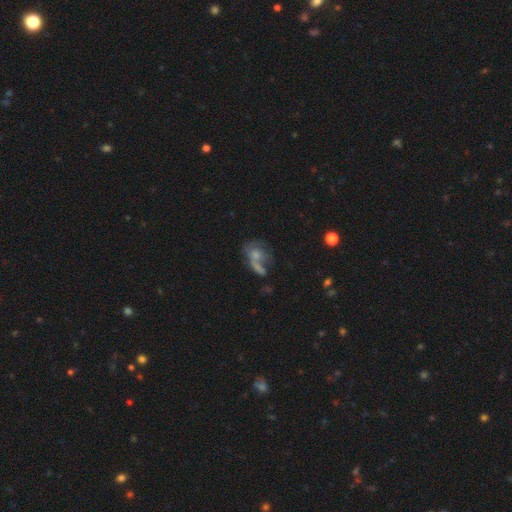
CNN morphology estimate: A smooth galaxy with no disk features (56%) that is in between round and cigar-shaped (60%). Merging: merger (37%).